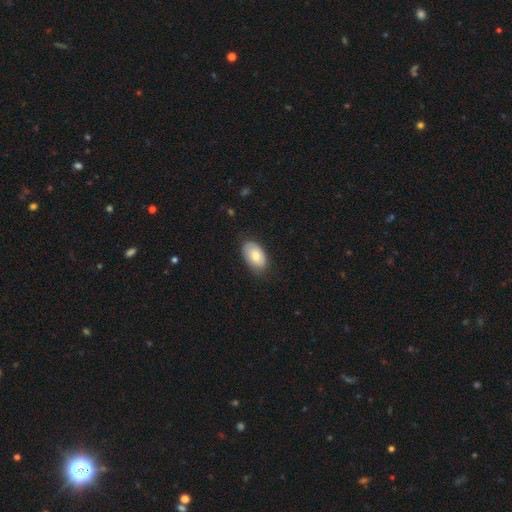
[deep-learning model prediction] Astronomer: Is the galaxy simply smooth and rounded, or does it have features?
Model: smooth — 76%.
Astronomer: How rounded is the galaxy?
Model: in between — 94%.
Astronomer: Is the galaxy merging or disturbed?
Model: none — 75%.